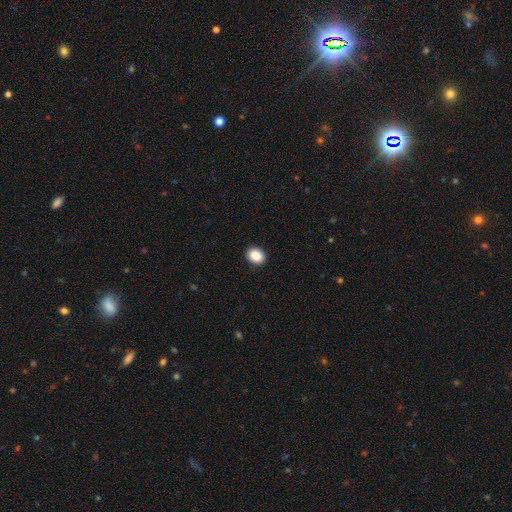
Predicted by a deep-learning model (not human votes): Smooth or featured?
  - smooth: 89% *
  - star or artifact: 8%
  - featured or disk: 3%
How rounded?
  - in between: 55% *
  - round: 44%
  - cigar-shaped: 1%
Merging?
  - none: 91% *
  - minor disturbance: 6%
  - major disturbance: 2%
  - merger: 1%